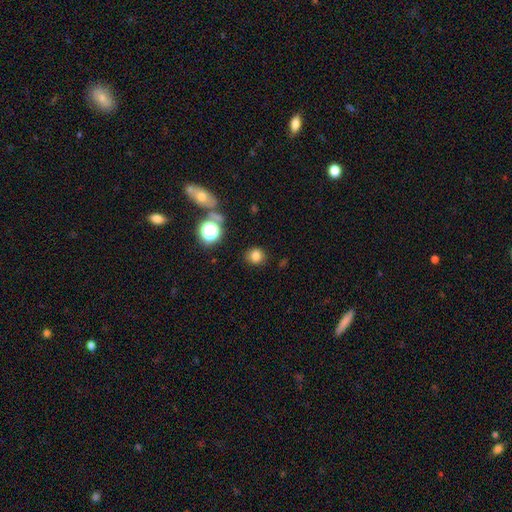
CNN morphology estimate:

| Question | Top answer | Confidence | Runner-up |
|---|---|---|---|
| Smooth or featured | smooth | 78% | star or artifact (16%) |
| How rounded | round | 86% | in between (13%) |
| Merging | none | 86% | minor disturbance (8%) |